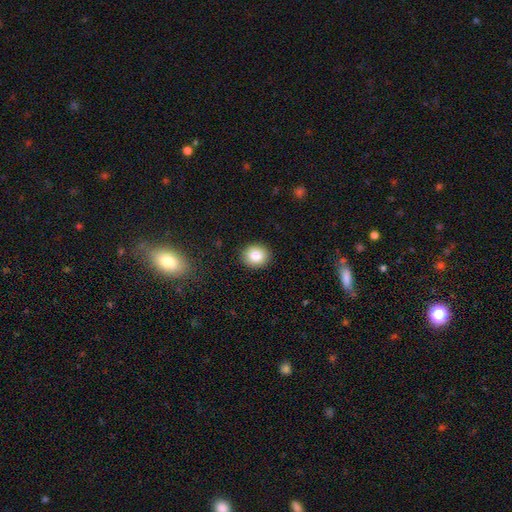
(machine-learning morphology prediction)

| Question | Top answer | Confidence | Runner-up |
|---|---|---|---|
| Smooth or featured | smooth | 84% | star or artifact (9%) |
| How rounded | round | 80% | in between (19%) |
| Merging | none | 91% | minor disturbance (6%) |